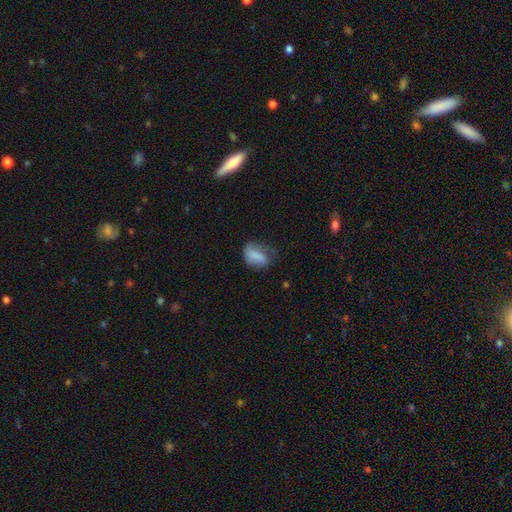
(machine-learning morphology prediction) Smooth or featured? Predicted: smooth (p=0.74). How rounded? Predicted: in between (p=0.83). Merging? Predicted: none (p=0.40).